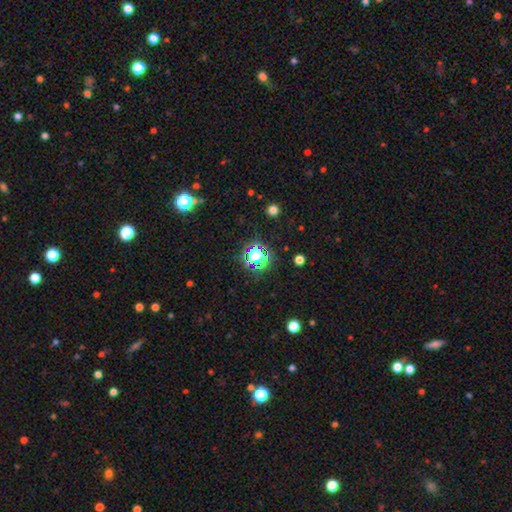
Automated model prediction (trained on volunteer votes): This is likely a star or artifact rather than a galaxy (65%).